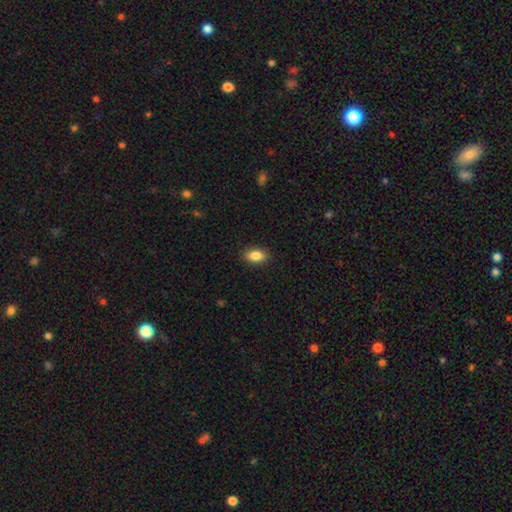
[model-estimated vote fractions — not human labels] smooth 86%, star or artifact 8%, featured or disk 6%. Down the decision tree: how rounded — in between (88%); merging — none (90%).